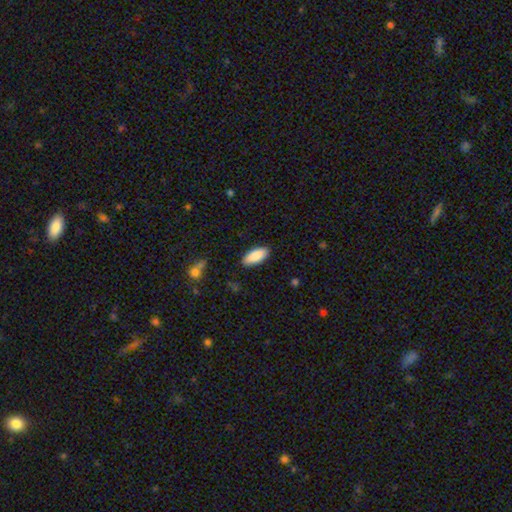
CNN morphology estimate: Overall: smooth (89%). How rounded: in between (88%). Merging: none (87%).